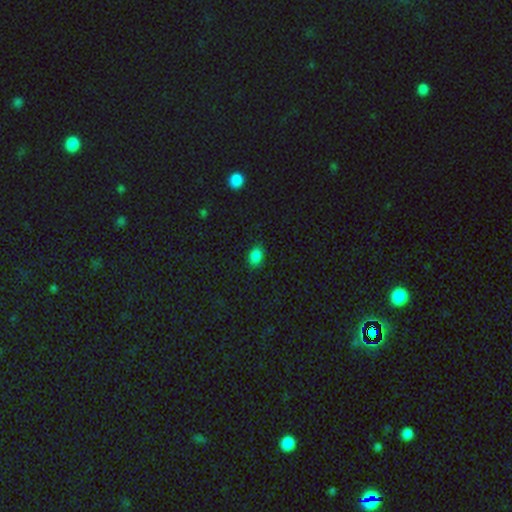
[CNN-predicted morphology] This appears to be a smooth galaxy with no disk features (83%) that is in between round and cigar-shaped (72%). Merging: none (84%).